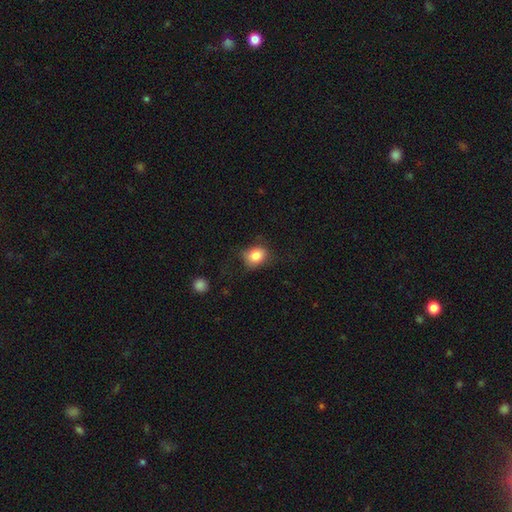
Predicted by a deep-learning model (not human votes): Q: Smooth or featured?
A: smooth (82%); runner-up: star or artifact (10%)
Q: How rounded?
A: round (50%); runner-up: in between (49%)
Q: Merging?
A: none (68%); runner-up: minor disturbance (22%)